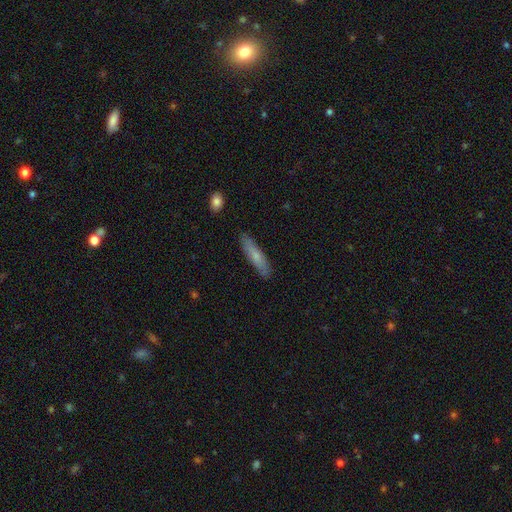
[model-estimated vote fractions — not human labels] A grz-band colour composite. It shows a smooth galaxy with no disk features (67%) that is cigar-shaped (83%). Merging: none (85%).